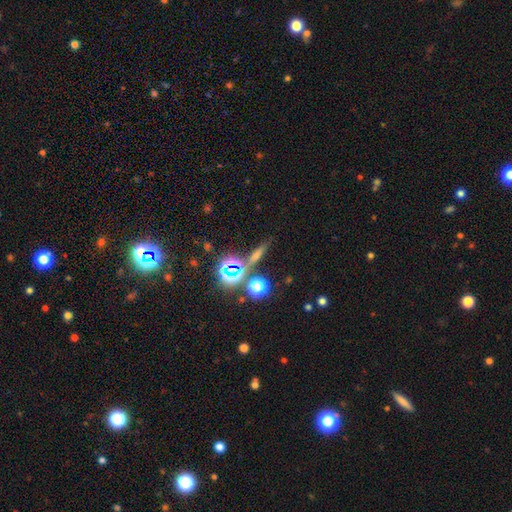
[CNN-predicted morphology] Q: Smooth or featured?
A: star or artifact (39%); runner-up: smooth (34%)